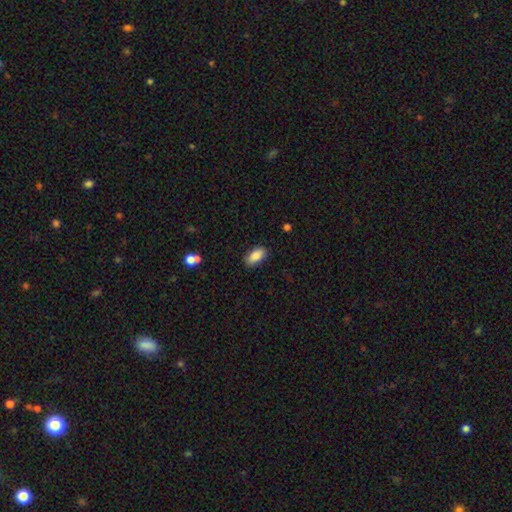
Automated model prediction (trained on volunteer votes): A smooth galaxy with no disk features (87%) that is in between round and cigar-shaped (90%).

Vote fractions:
- Smooth or featured? smooth: 87% / star or artifact: 7% / featured or disk: 6%
- How rounded? in between: 90% / cigar-shaped: 7% / round: 3%
- Merging? none: 86% / minor disturbance: 10% / major disturbance: 2% / merger: 1%